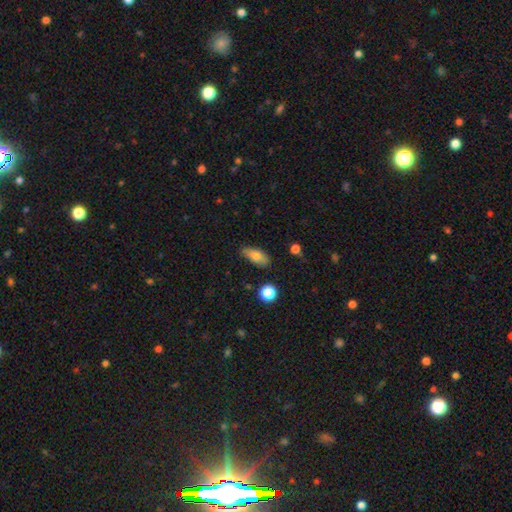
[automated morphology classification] A smooth galaxy with no disk features (78%) that is in between round and cigar-shaped (83%). Merging: none (72%).